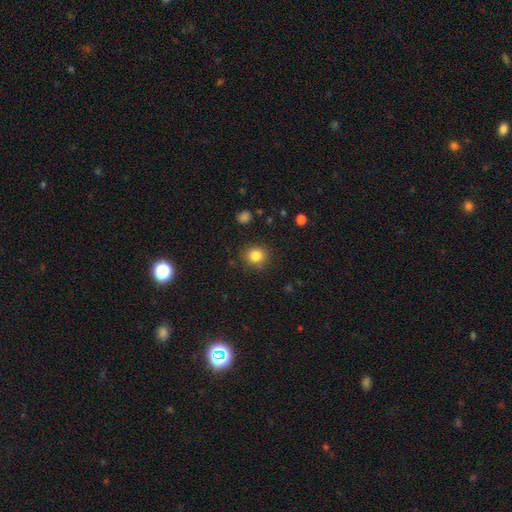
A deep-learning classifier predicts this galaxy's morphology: Smooth or featured: smooth — 84% (star or artifact — 11%)
How rounded: round — 84% (in between — 15%)
Merging: none — 85% (minor disturbance — 10%)